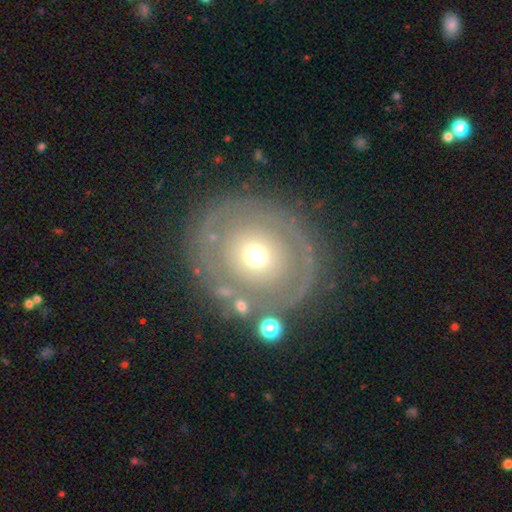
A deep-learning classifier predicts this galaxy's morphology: A featured or disk galaxy (62%) with no bar (89%), no spiral arms (56%) and a moderate central bulge (54%). Merging: none (74%).